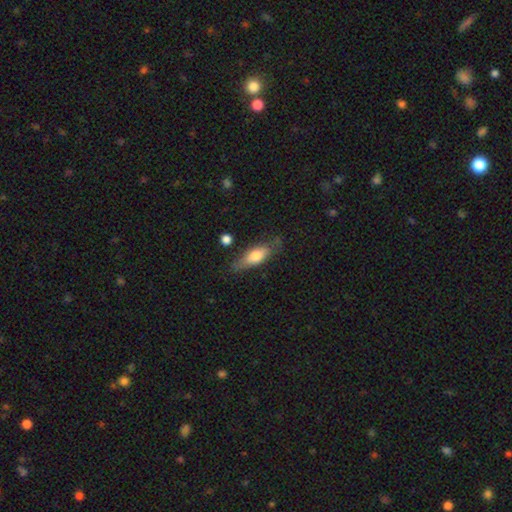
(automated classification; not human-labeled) smooth-or-featured: smooth: 65% | featured or disk: 29% | star or artifact: 6%
  how-rounded: in between: 62% | cigar-shaped: 35% | round: 3%
  merging: none: 69% | minor disturbance: 22% | major disturbance: 6% | merger: 3%